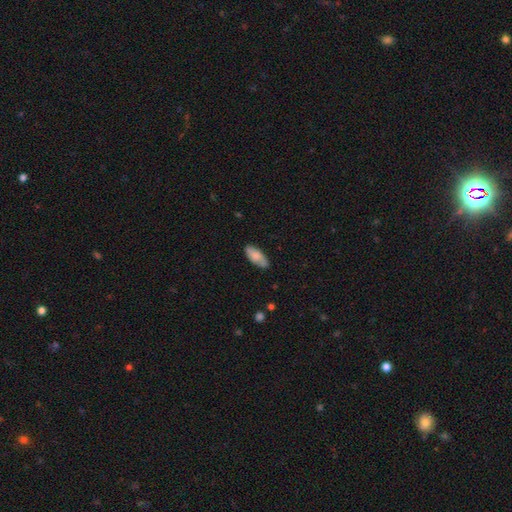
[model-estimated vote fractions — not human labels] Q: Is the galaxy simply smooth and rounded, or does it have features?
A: smooth — 79%.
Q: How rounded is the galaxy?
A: in between — 83%.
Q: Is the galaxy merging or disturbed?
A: none — 82%.